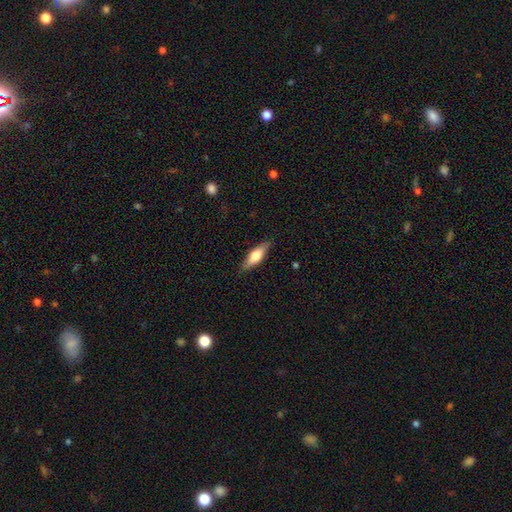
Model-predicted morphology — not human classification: This is possibly a smooth galaxy (59%). How rounded: possibly in between (55%). Merging: clearly none (84%).